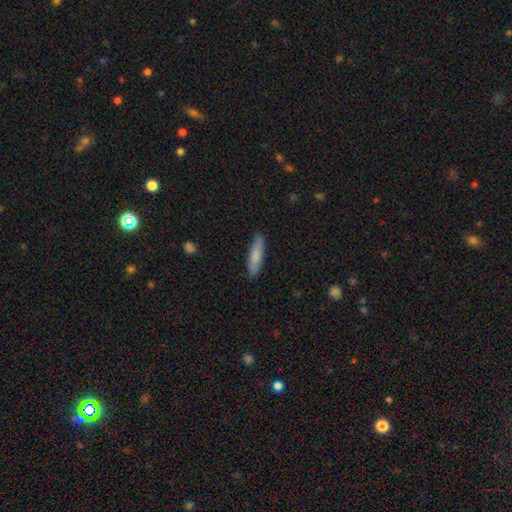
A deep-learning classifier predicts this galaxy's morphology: A smooth galaxy with no disk features (79%) that is cigar-shaped (71%). Merging: none (85%).